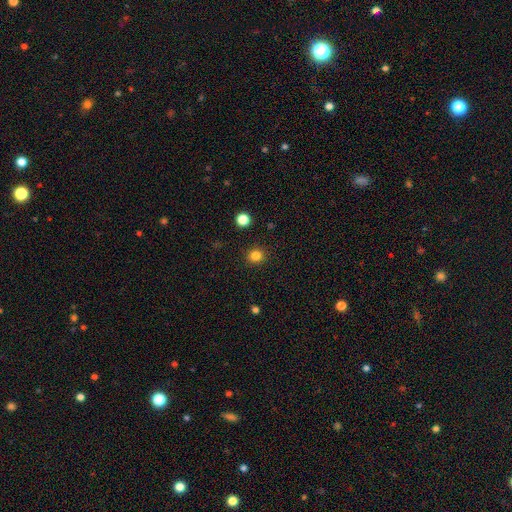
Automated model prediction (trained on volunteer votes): A smooth galaxy with no disk features (83%) that is round (91%).

Vote fractions:
- Smooth or featured? smooth: 83% / star or artifact: 13% / featured or disk: 4%
- How rounded? round: 91% / in between: 8% / cigar-shaped: 1%
- Merging? none: 92% / minor disturbance: 5% / major disturbance: 2% / merger: 1%